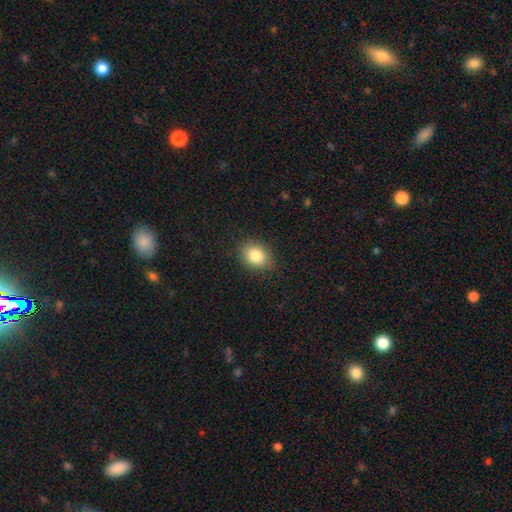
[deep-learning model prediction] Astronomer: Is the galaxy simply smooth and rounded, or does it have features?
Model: smooth — 83%.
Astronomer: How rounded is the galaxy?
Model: in between — 61% (runner-up: round, 38%).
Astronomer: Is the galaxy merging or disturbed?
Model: none — 86%.